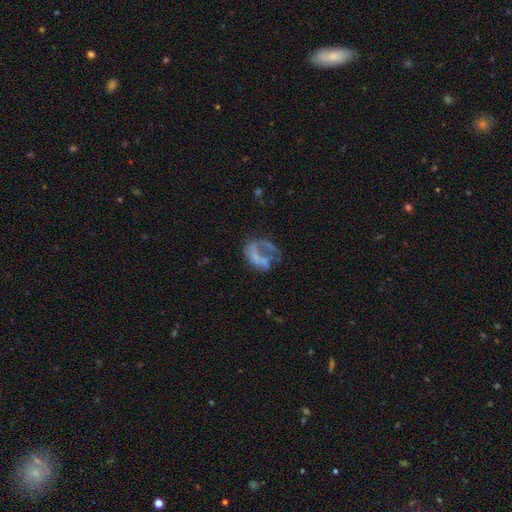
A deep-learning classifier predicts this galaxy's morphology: A featured or disk galaxy (57%) with no bar (82%), no spiral arms (74%) and no central bulge (73%). Merging: major disturbance (42%).